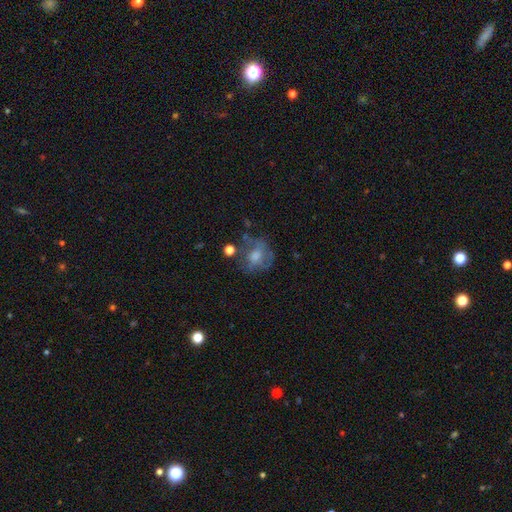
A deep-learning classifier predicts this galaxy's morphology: Smooth or featured: featured or disk — 47% (smooth — 38%)
Merging: none — 55% (minor disturbance — 22%)